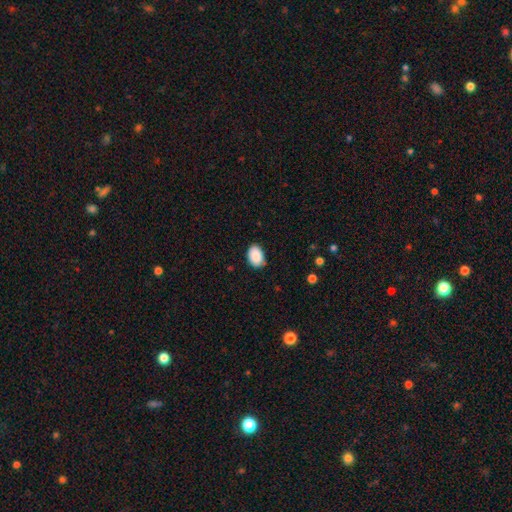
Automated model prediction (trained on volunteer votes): This appears to be a smooth galaxy with no disk features (89%) that is in between round and cigar-shaped (83%). Merging: none (81%).